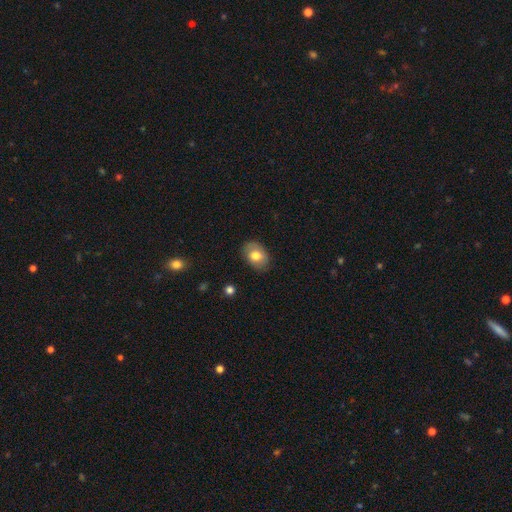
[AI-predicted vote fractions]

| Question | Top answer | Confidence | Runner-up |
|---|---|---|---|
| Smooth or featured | smooth | 76% | featured or disk (17%) |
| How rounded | in between | 77% | round (22%) |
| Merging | none | 82% | minor disturbance (14%) |